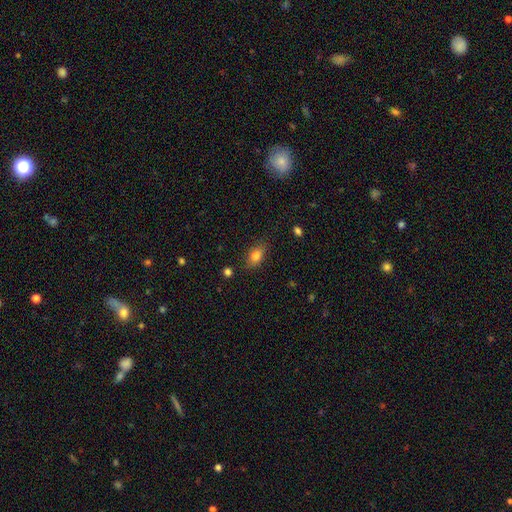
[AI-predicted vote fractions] smooth-or-featured: smooth: 81% | star or artifact: 10% | featured or disk: 9%
  how-rounded: in between: 83% | round: 12% | cigar-shaped: 4%
  merging: none: 81% | minor disturbance: 14% | major disturbance: 3% | merger: 2%